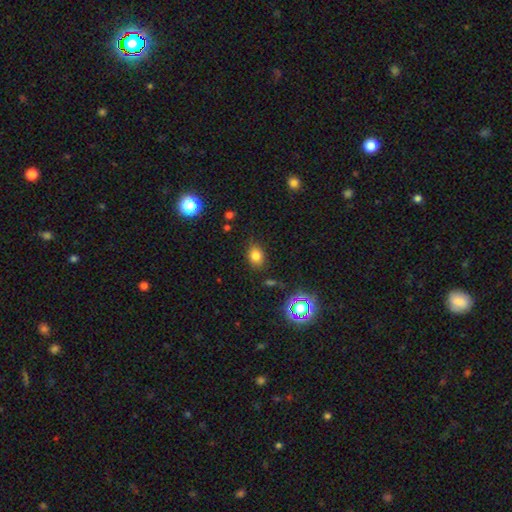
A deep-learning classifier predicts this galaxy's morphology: Overall: smooth (77%). How rounded: in between (59%; round 40%). Merging: none (80%).